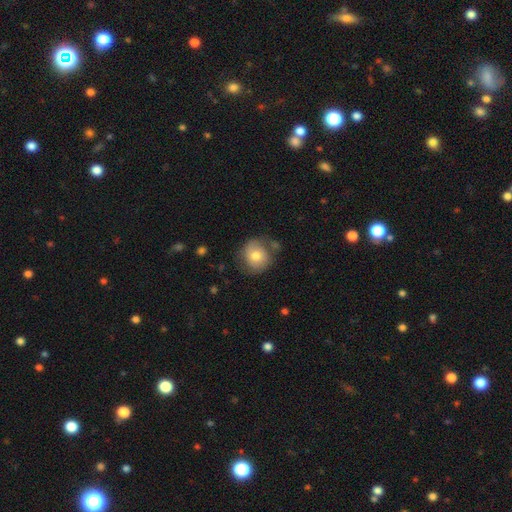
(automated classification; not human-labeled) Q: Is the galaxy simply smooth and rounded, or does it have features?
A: smooth — 67%.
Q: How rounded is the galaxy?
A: round — 82%.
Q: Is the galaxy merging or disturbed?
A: none — 63%.